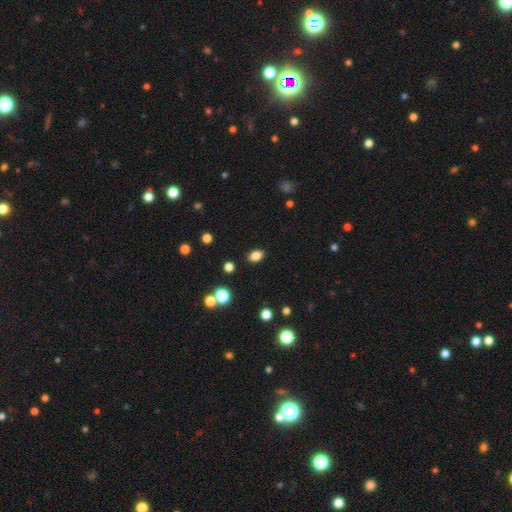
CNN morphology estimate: The model was most divided on "how rounded": in between: 81%, round: 17%, cigar-shaped: 2%. More confident: merging — none (87%); smooth or featured — smooth (83%).